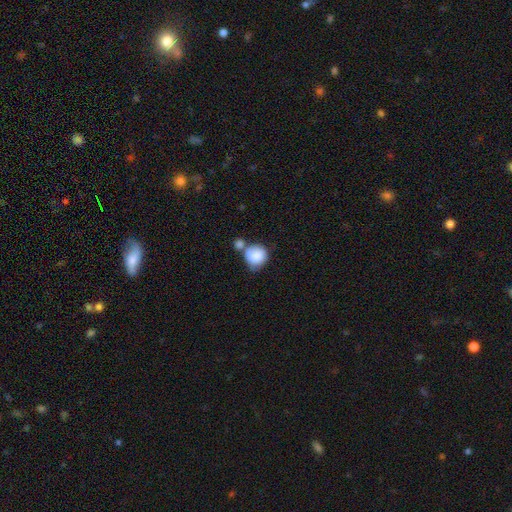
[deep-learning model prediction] Morphology: type=smooth (82%); roundness=round (80%); merging=merger (41%).